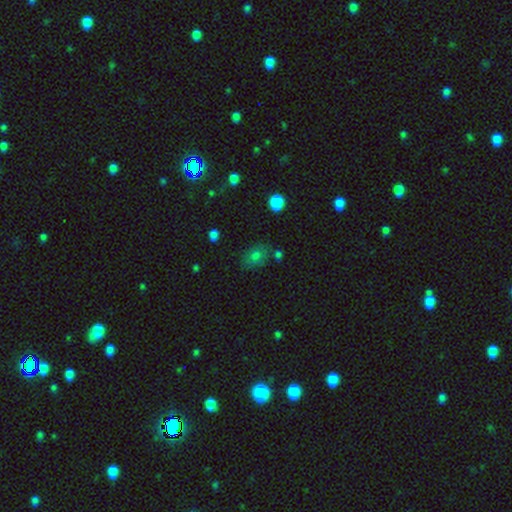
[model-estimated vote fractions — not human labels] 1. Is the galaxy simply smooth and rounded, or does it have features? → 69% smooth, 16% star or artifact, 15% featured or disk.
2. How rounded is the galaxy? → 69% in between, 30% round, 1% cigar-shaped.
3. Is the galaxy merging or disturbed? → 71% none, 17% minor disturbance, 6% merger, 5% major disturbance.